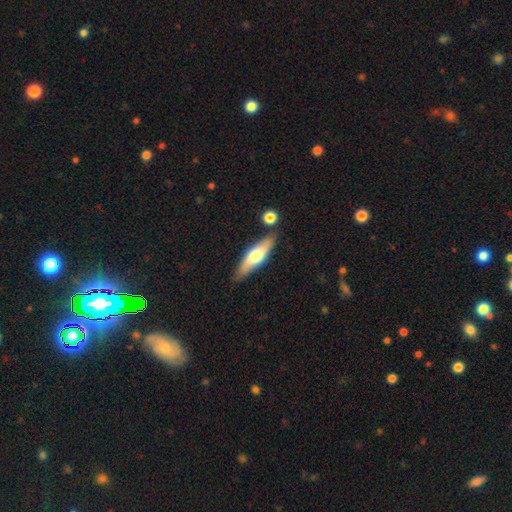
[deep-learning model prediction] A smooth galaxy with no disk features (55%) that is cigar-shaped (57%).

Vote fractions:
- Smooth or featured? smooth: 55% / featured or disk: 40% / star or artifact: 6%
- How rounded? cigar-shaped: 57% / in between: 40% / round: 2%
- Merging? none: 78% / minor disturbance: 13% / merger: 6% / major disturbance: 3%